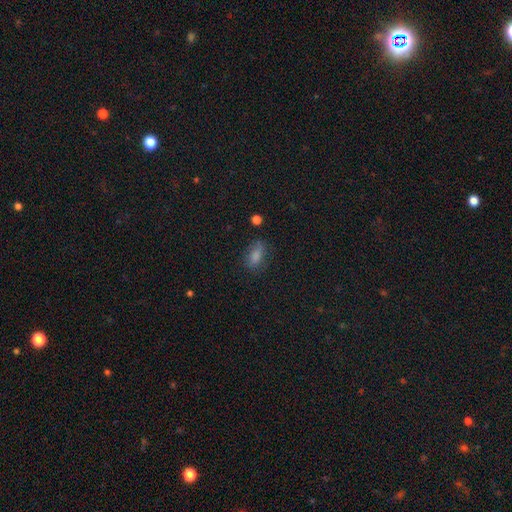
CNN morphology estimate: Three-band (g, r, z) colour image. It shows a smooth galaxy with no disk features (68%) that is in between round and cigar-shaped (74%). Merging: none (76%).